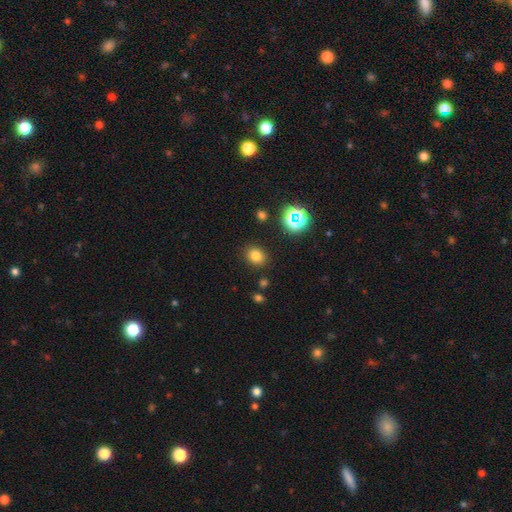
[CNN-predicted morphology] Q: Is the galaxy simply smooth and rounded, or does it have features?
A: smooth — 76%.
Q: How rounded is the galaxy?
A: round — 58%.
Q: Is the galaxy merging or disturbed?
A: none — 86%.